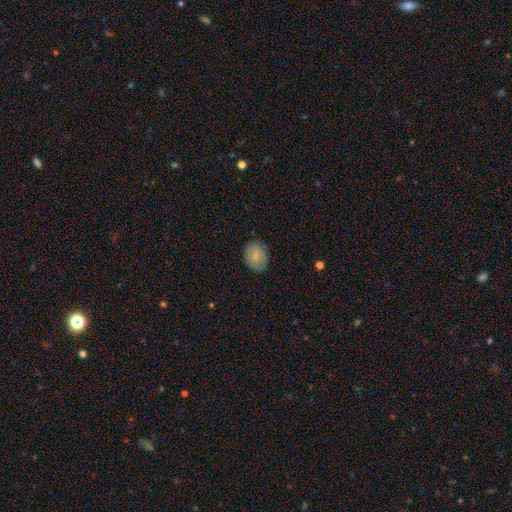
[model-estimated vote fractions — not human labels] Smooth or featured?
  - smooth: 80% *
  - featured or disk: 12%
  - star or artifact: 8%
How rounded?
  - in between: 57% *
  - round: 42%
  - cigar-shaped: 1%
Merging?
  - none: 84% *
  - minor disturbance: 13%
  - major disturbance: 3%
  - merger: 1%